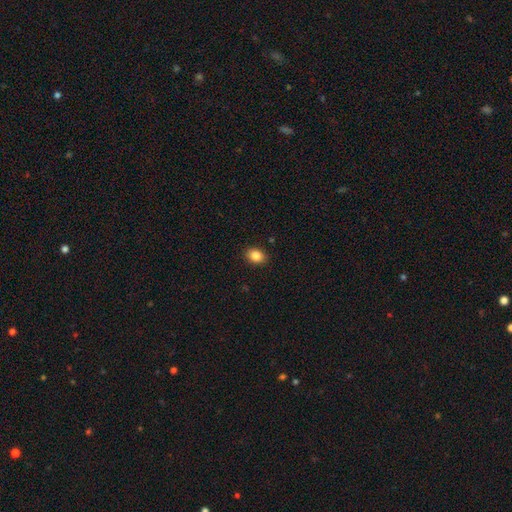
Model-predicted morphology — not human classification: A smooth galaxy with no disk features (85%) that is in between round and cigar-shaped (69%). Merging: none (89%).